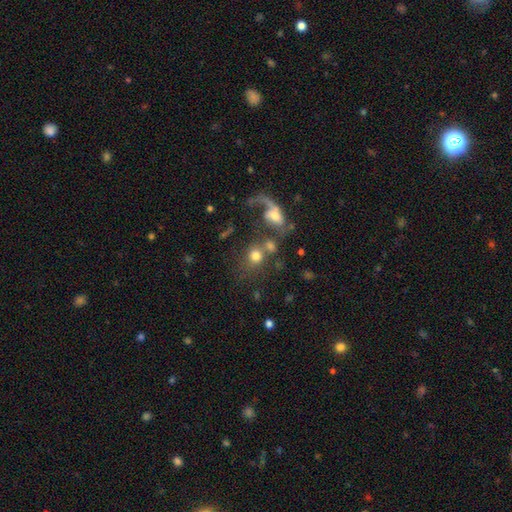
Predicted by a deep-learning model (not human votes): This appears to be a smooth galaxy with no disk features (66%) that is round (73%). Merging: none (40%).